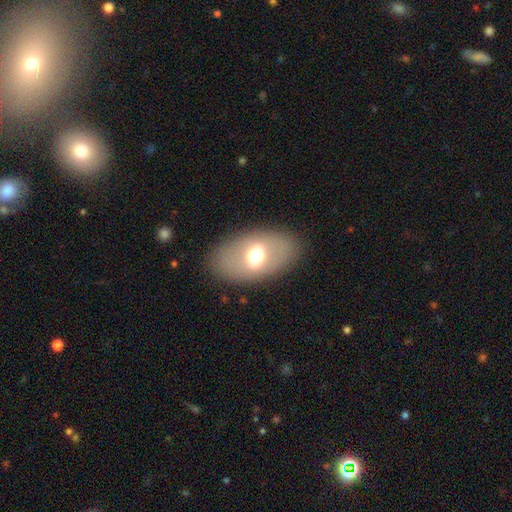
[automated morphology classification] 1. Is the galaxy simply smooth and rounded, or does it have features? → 54% smooth, 38% featured or disk, 8% star or artifact.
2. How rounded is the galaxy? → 88% in between, 10% round, 2% cigar-shaped.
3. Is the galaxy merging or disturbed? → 85% none, 9% minor disturbance, 5% major disturbance, 1% merger.